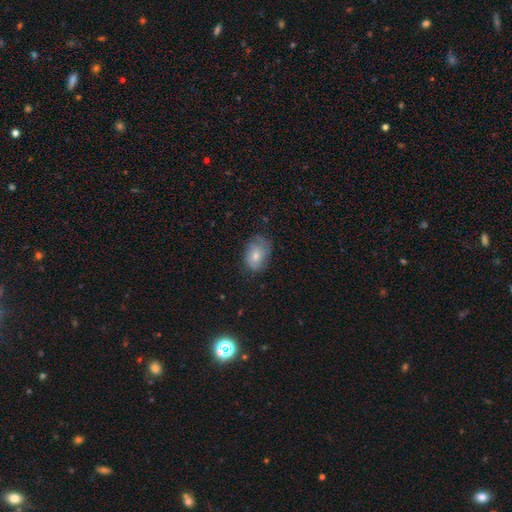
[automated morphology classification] type=smooth (61%); roundness=in between (77%); merging=none (61%).